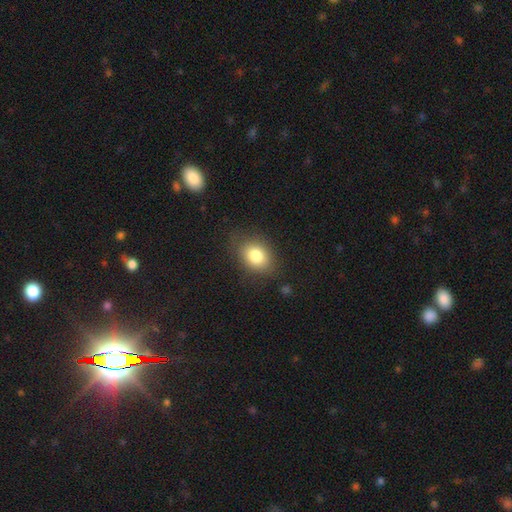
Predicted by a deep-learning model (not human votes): Smooth or featured: smooth — 80% (featured or disk — 10%)
How rounded: in between — 63% (round — 36%)
Merging: none — 78% (minor disturbance — 15%)